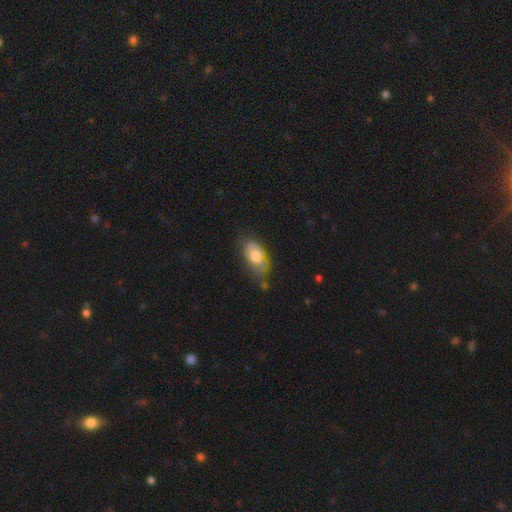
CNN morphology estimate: A smooth galaxy with no disk features (64%) that is in between round and cigar-shaped (90%).

Vote fractions:
- Smooth or featured? smooth: 64% / featured or disk: 28% / star or artifact: 7%
- How rounded? in between: 90% / round: 6% / cigar-shaped: 4%
- Merging? none: 43% / minor disturbance: 37% / major disturbance: 17% / merger: 3%